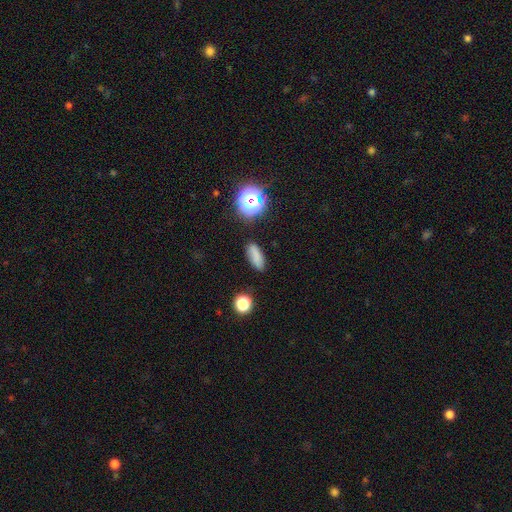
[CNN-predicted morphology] smooth_or_featured: smooth (p=0.78) [alt: star or artifact p=0.14]
how_rounded: in between (p=0.69) [alt: cigar-shaped p=0.25]
merging: none (p=0.82) [alt: minor disturbance p=0.13]